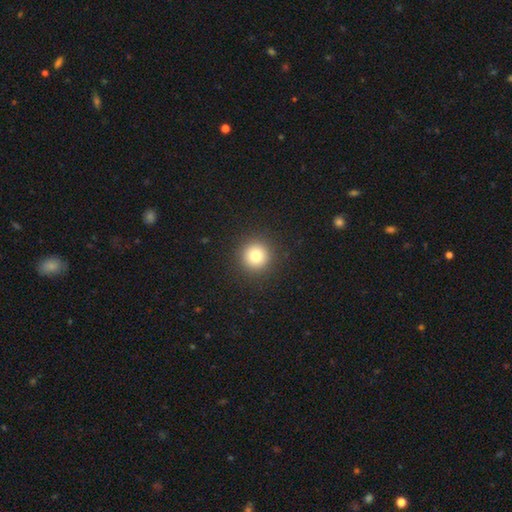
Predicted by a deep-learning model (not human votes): A smooth galaxy with no disk features (79%) that is round (96%). Merging: none (92%).